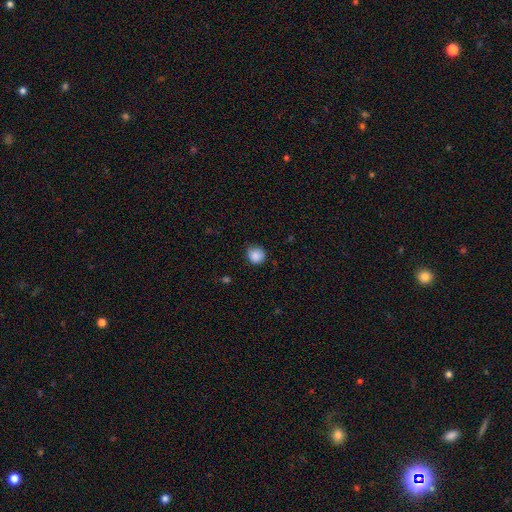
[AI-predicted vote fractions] smooth-or-featured: smooth: 87% | star or artifact: 9% | featured or disk: 3%
  how-rounded: round: 92% | in between: 7% | cigar-shaped: 1%
  merging: none: 82% | minor disturbance: 14% | major disturbance: 3% | merger: 1%